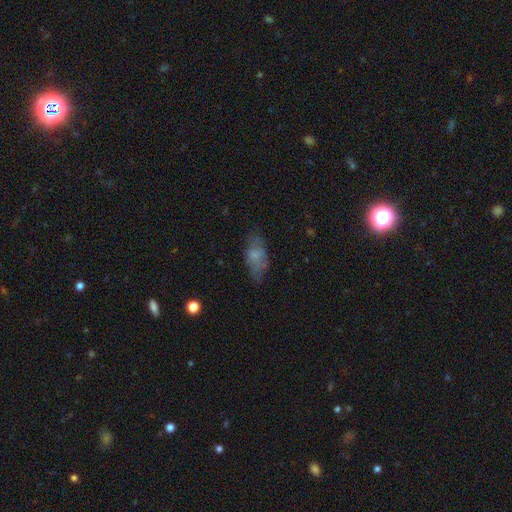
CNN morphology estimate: This is likely a smooth galaxy (66%). How rounded: clearly in between (84%). Merging: likely none (61%).